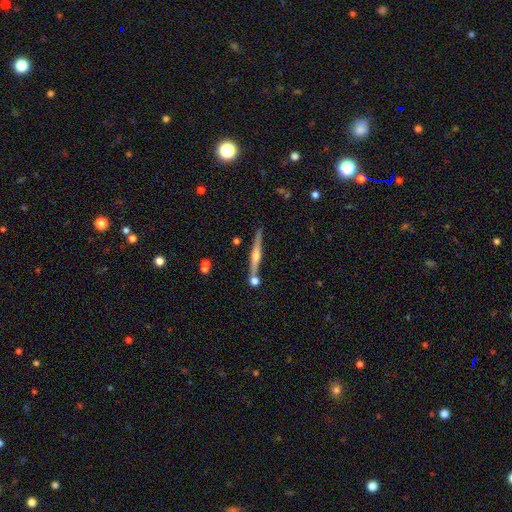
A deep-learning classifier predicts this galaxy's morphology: Smooth or featured? Predicted: featured or disk (p=0.72). Edge-on disk? Predicted: yes (p=0.98). Edge-on bulge? Predicted: rounded (p=0.87). Merging? Predicted: none (p=0.80).